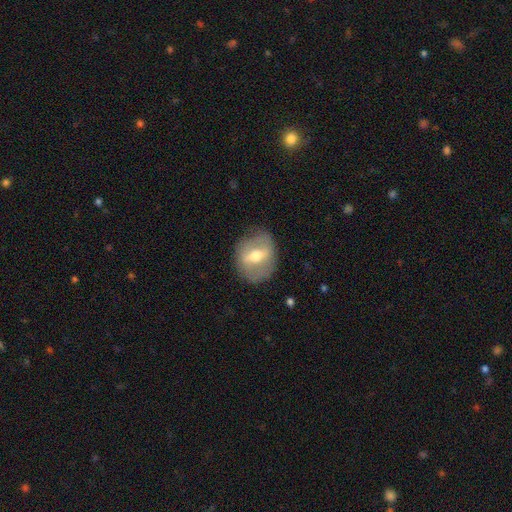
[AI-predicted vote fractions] smooth-or-featured: featured or disk: 59% | smooth: 35% | star or artifact: 7%
  disk-edge-on: no: 87% | yes: 13%
    bar: strong: 49% | weak: 36% | no: 15%
    has-spiral-arms: no: 75% | yes: 25%
    bulge-size: moderate: 73% | small: 14% | large: 10% | none: 1% | dominant: 1%
  merging: none: 79% | minor disturbance: 14% | major disturbance: 6% | merger: 1%